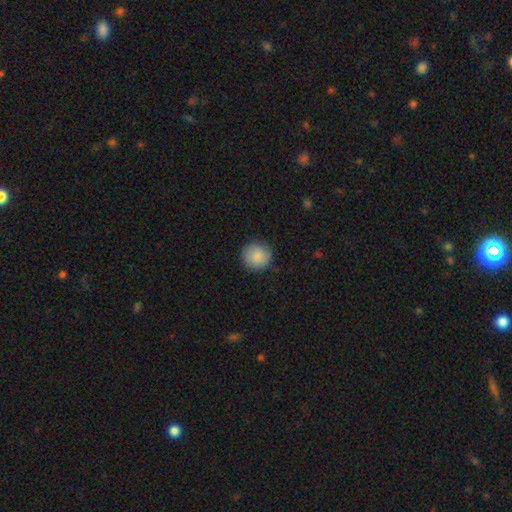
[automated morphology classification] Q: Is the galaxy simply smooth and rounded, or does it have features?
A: smooth — 87%.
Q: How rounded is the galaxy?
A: round — 94%.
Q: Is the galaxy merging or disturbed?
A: none — 86%.